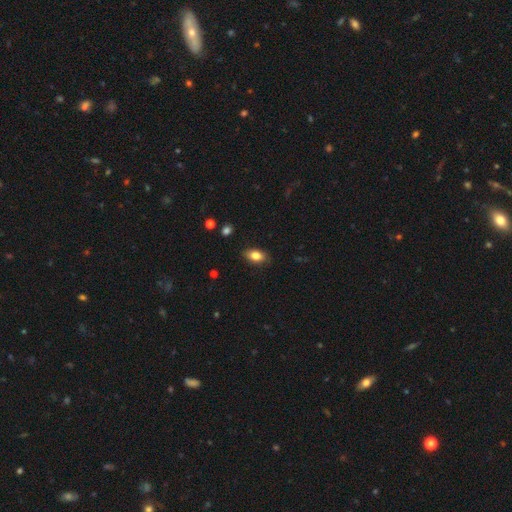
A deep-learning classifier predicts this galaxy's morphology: smooth-or-featured: smooth: 82% | featured or disk: 9% | star or artifact: 8%
  how-rounded: in between: 88% | round: 9% | cigar-shaped: 3%
  merging: none: 85% | minor disturbance: 11% | major disturbance: 2% | merger: 1%